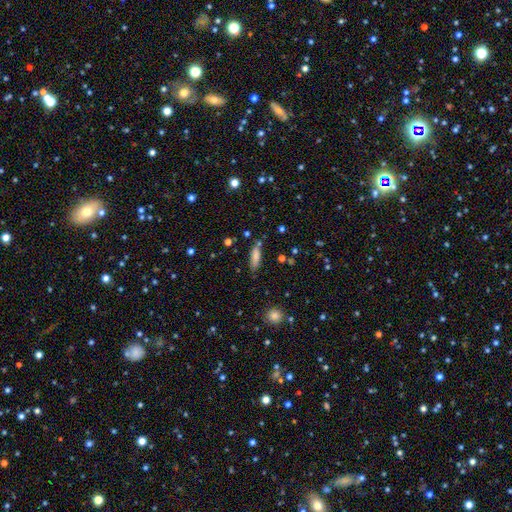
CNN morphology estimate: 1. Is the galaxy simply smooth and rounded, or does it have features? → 80% smooth, 11% featured or disk, 9% star or artifact.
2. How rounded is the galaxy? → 50% in between, 48% cigar-shaped, 2% round.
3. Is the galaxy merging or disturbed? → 72% none, 18% minor disturbance, 6% merger, 4% major disturbance.